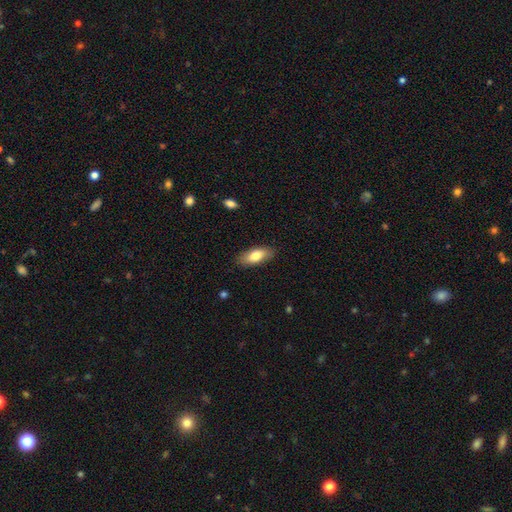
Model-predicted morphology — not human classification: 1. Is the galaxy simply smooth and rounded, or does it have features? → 78% smooth, 16% featured or disk, 6% star or artifact.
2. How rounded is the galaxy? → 83% in between, 15% cigar-shaped, 3% round.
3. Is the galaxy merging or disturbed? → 86% none, 11% minor disturbance, 2% major disturbance, 1% merger.